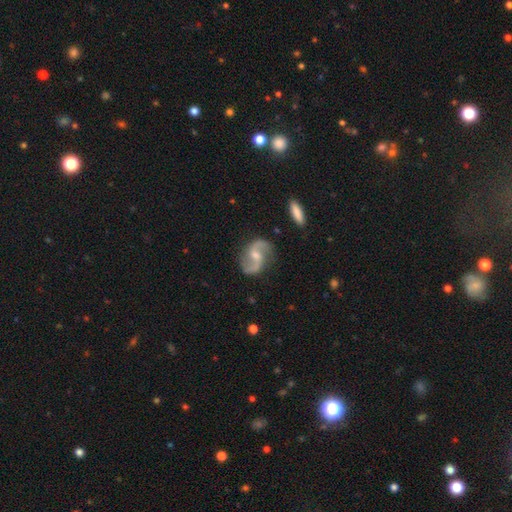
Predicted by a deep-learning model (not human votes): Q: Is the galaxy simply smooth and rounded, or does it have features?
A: featured or disk — 90%.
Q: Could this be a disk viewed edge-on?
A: no — 98%.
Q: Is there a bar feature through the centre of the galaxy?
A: weak — 48%.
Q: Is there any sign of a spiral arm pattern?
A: yes — 97%.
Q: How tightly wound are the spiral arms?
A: loose — 59%.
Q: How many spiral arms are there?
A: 2 — 94%.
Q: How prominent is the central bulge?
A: moderate — 45%.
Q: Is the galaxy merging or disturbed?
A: none — 80%.